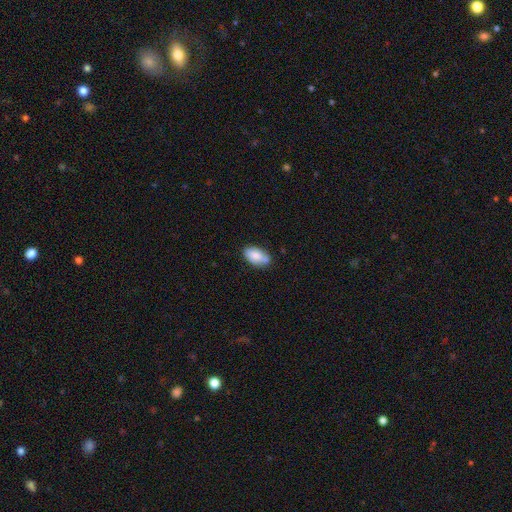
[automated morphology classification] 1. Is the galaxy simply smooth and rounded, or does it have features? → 81% smooth, 12% featured or disk, 7% star or artifact.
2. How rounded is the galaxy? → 93% in between, 5% round, 3% cigar-shaped.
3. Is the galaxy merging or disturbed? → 61% none, 24% minor disturbance, 11% merger, 4% major disturbance.